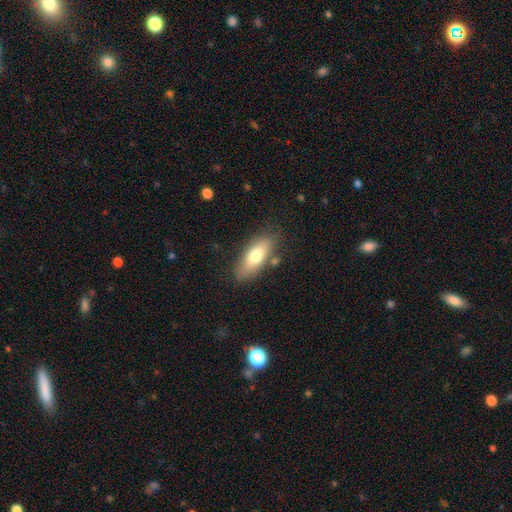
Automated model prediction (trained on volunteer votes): A smooth galaxy with no disk features (73%) that is in between round and cigar-shaped (76%). Merging: none (78%).